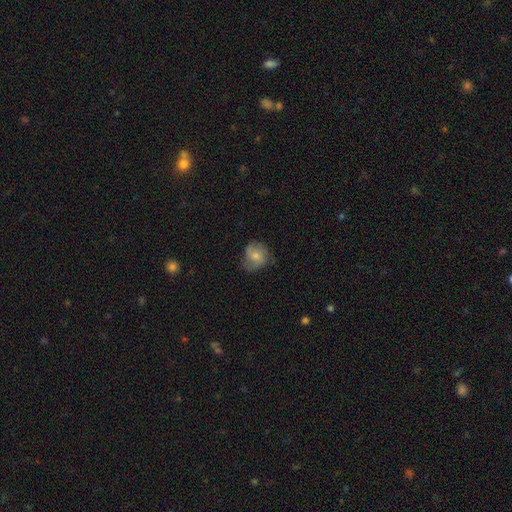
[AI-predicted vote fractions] Q: Smooth or featured?
A: smooth (55%); runner-up: featured or disk (37%)
Q: How rounded?
A: round (72%); runner-up: in between (27%)
Q: Merging?
A: none (62%); runner-up: minor disturbance (27%)